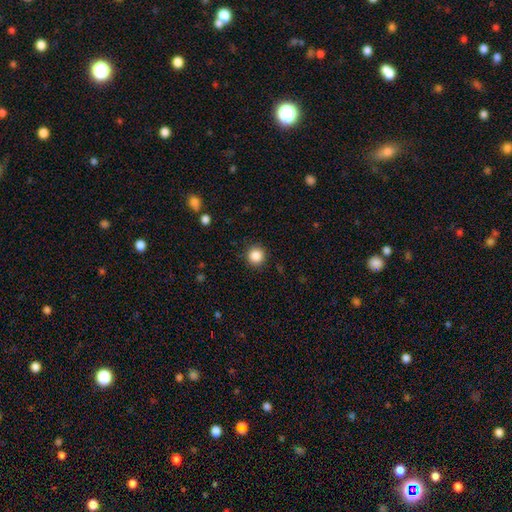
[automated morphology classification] Overall: smooth (86%). How rounded: round (95%). Merging: none (91%).